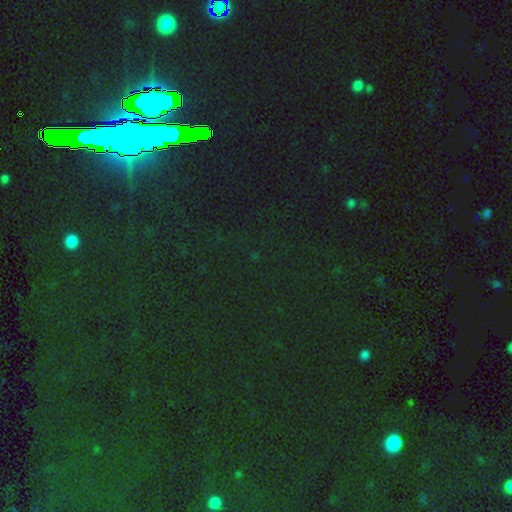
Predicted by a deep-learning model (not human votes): The model was most divided on "smooth or featured": star or artifact: 85%, smooth: 8%, featured or disk: 7%.